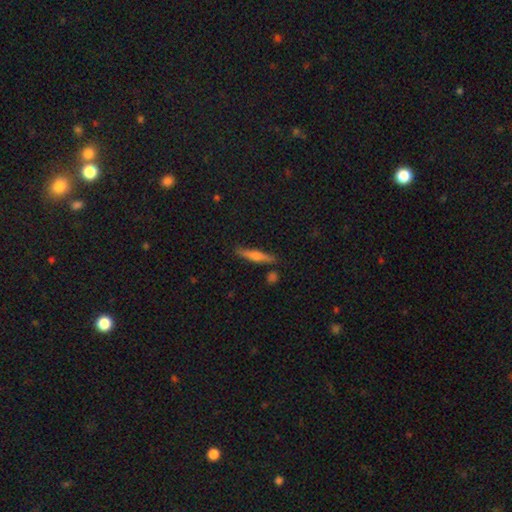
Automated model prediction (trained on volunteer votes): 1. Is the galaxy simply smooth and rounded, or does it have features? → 54% featured or disk, 38% smooth, 7% star or artifact.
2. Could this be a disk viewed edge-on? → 96% yes, 4% no.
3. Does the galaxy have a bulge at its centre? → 82% rounded, 11% none, 7% boxy.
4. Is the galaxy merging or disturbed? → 85% none, 10% minor disturbance, 3% merger, 2% major disturbance.